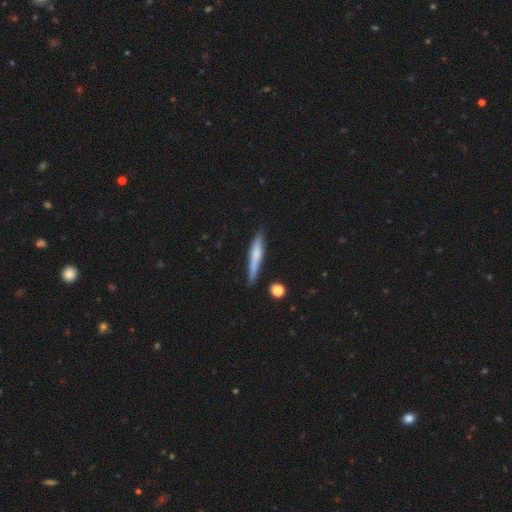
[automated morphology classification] smooth 57%, featured or disk 37%, star or artifact 6%. Down the decision tree: how rounded — cigar-shaped (92%); merging — none (81%).